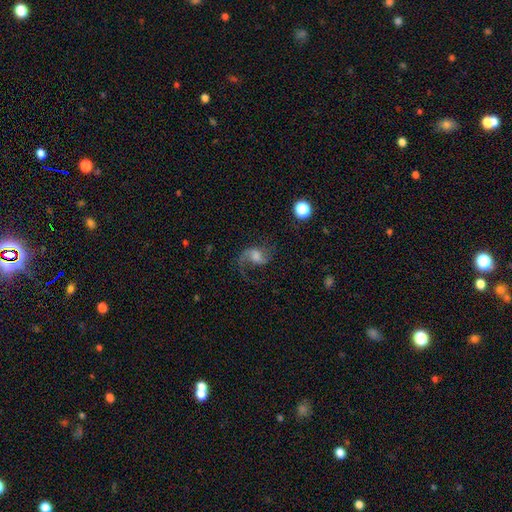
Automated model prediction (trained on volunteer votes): Q: Smooth or featured?
A: featured or disk (73%); runner-up: smooth (17%)
Q: Edge-on disk?
A: no (97%); runner-up: yes (3%)
Q: Bar?
A: weak (46%); runner-up: no (42%)
Q: Spiral arms?
A: yes (94%); runner-up: no (6%)
Q: Spiral winding?
A: loose (62%); runner-up: medium (32%)
Q: Spiral arm count?
A: 2 (68%); runner-up: 1 (25%)
Q: Bulge size?
A: moderate (44%); runner-up: small (26%)
Q: Merging?
A: none (55%); runner-up: major disturbance (25%)